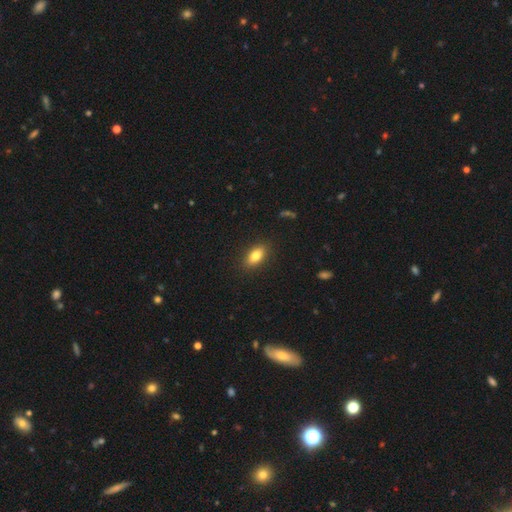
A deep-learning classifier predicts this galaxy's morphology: Smooth or featured?
  - smooth: 81% *
  - featured or disk: 11%
  - star or artifact: 8%
How rounded?
  - in between: 86% *
  - cigar-shaped: 8%
  - round: 6%
Merging?
  - none: 88% *
  - minor disturbance: 8%
  - major disturbance: 2%
  - merger: 1%